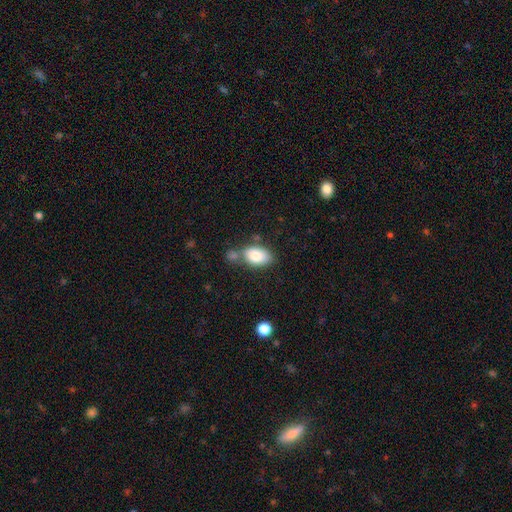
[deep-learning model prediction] smooth-or-featured: smooth: 82% | featured or disk: 11% | star or artifact: 7%
  how-rounded: in between: 90% | round: 8% | cigar-shaped: 2%
  merging: none: 58% | merger: 20% | minor disturbance: 17% | major disturbance: 5%